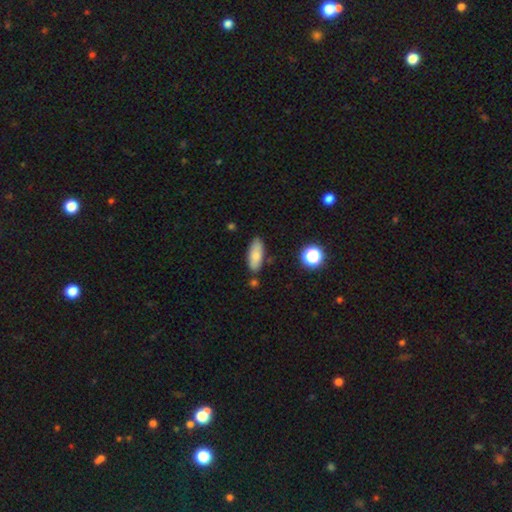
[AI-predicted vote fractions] This is likely a smooth galaxy (80%). How rounded: likely in between (77%). Merging: likely none (80%).